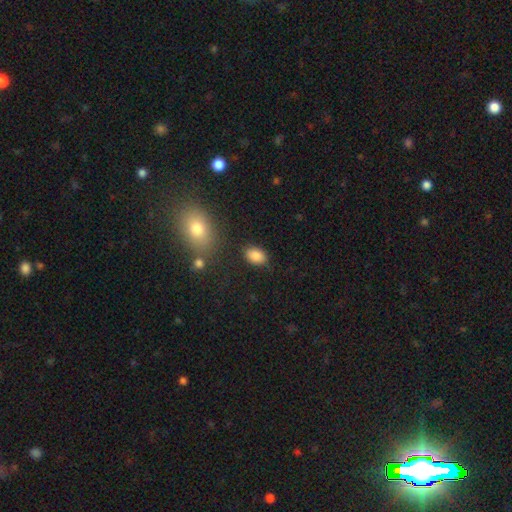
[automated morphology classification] A smooth galaxy with no disk features (87%) that is in between round and cigar-shaped (87%).

Vote fractions:
- Smooth or featured? smooth: 87% / star or artifact: 8% / featured or disk: 4%
- How rounded? in between: 87% / round: 11% / cigar-shaped: 1%
- Merging? none: 82% / minor disturbance: 12% / major disturbance: 3% / merger: 3%